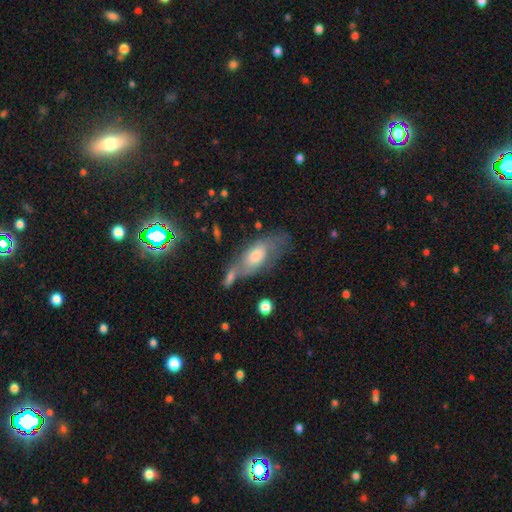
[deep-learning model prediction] Smooth or featured?
  - smooth: 48% *
  - featured or disk: 42%
  - star or artifact: 10%
Merging?
  - none: 47% *
  - minor disturbance: 24%
  - merger: 17%
  - major disturbance: 13%